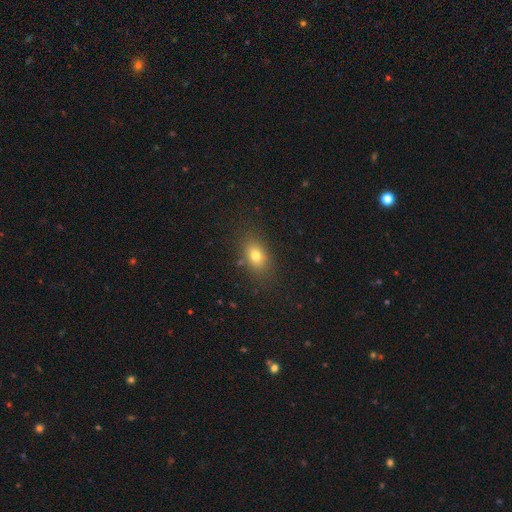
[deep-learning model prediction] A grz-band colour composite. It shows a smooth galaxy with no disk features (76%) that is in between round and cigar-shaped (76%). Merging: none (83%).